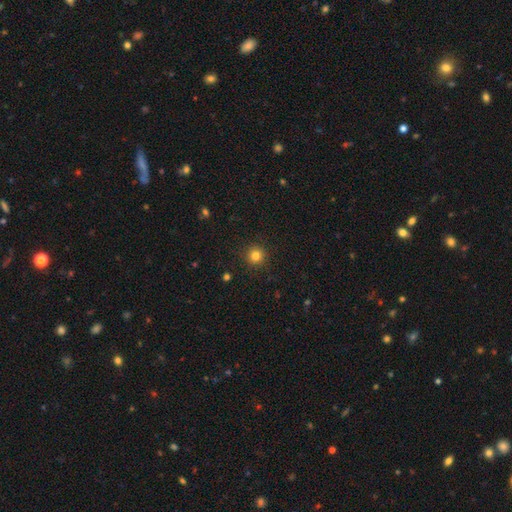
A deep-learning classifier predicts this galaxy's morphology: type=smooth (82%); roundness=round (95%); merging=none (91%).